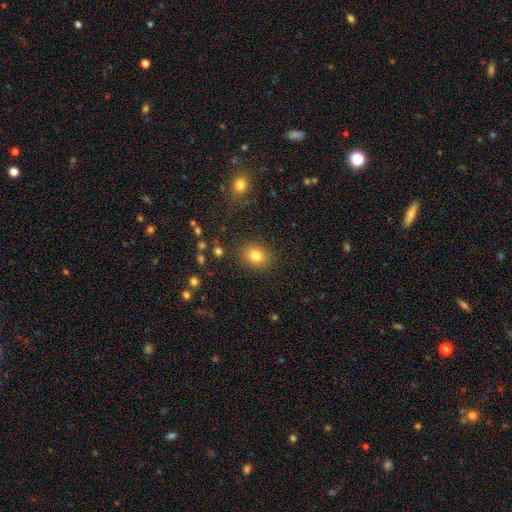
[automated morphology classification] Smooth or featured? Predicted: smooth (p=0.81). How rounded? Predicted: round (p=0.53). Merging? Predicted: none (p=0.86).